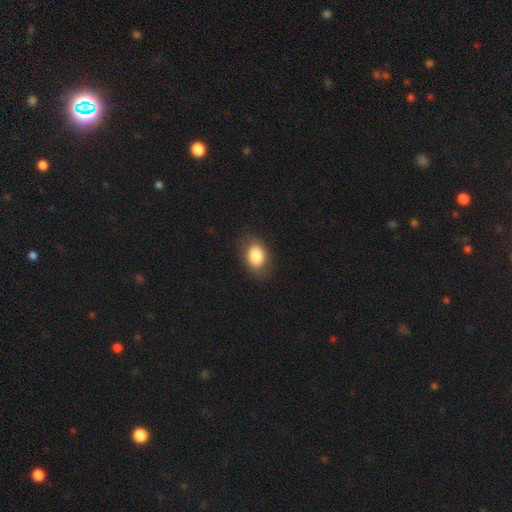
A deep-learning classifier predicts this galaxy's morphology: A smooth galaxy with no disk features (83%) that is in between round and cigar-shaped (84%).

Vote fractions:
- Smooth or featured? smooth: 83% / featured or disk: 10% / star or artifact: 7%
- How rounded? in between: 84% / round: 15% / cigar-shaped: 1%
- Merging? none: 83% / minor disturbance: 12% / major disturbance: 4% / merger: 1%